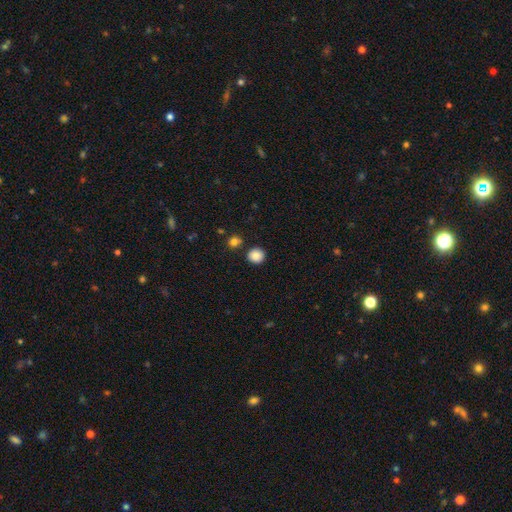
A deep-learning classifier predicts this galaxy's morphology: smooth-or-featured: smooth: 87% | star or artifact: 10% | featured or disk: 4%
  how-rounded: round: 91% | in between: 8% | cigar-shaped: 1%
  merging: none: 88% | minor disturbance: 6% | merger: 4% | major disturbance: 2%